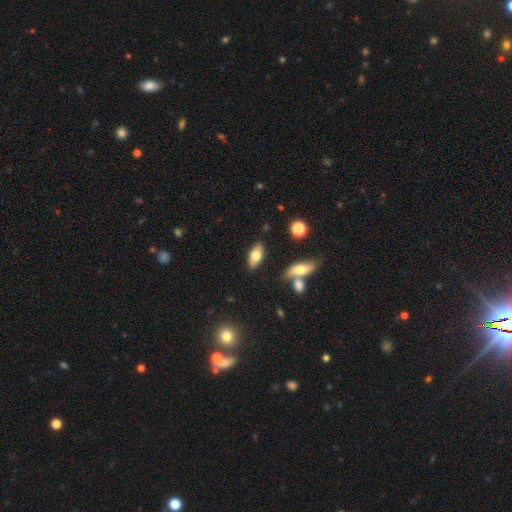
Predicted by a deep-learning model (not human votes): smooth 72%, featured or disk 21%, star or artifact 7%. Down the decision tree: how rounded — in between (88%); merging — none (82%).